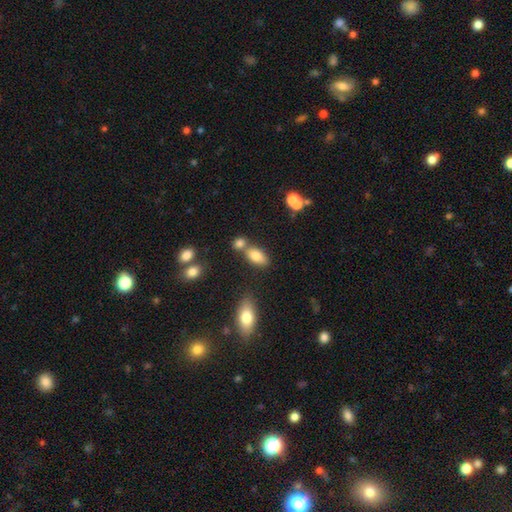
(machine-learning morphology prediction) Q: Smooth or featured?
A: smooth (80%); runner-up: featured or disk (12%)
Q: How rounded?
A: in between (87%); runner-up: round (7%)
Q: Merging?
A: none (56%); runner-up: merger (28%)